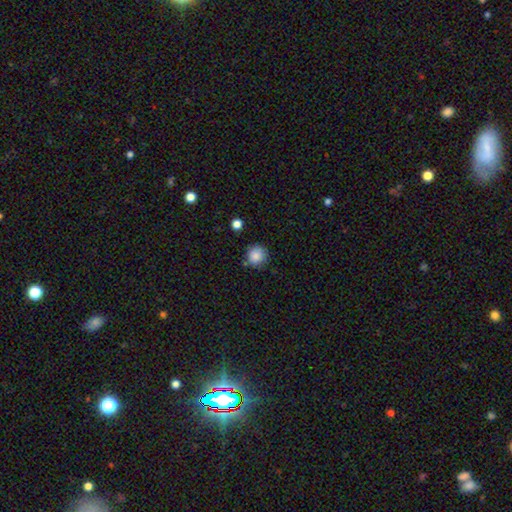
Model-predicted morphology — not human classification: smooth_or_featured: smooth (p=0.86) [alt: star or artifact p=0.09]
how_rounded: round (p=0.93) [alt: in between p=0.06]
merging: none (p=0.82) [alt: minor disturbance p=0.12]